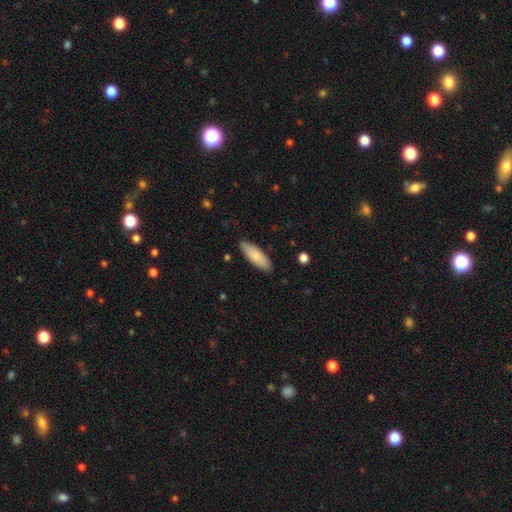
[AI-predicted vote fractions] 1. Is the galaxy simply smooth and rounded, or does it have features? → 82% smooth, 13% featured or disk, 6% star or artifact.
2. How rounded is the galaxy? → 65% in between, 33% cigar-shaped, 2% round.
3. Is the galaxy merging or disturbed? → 85% none, 12% minor disturbance, 2% major disturbance, 1% merger.